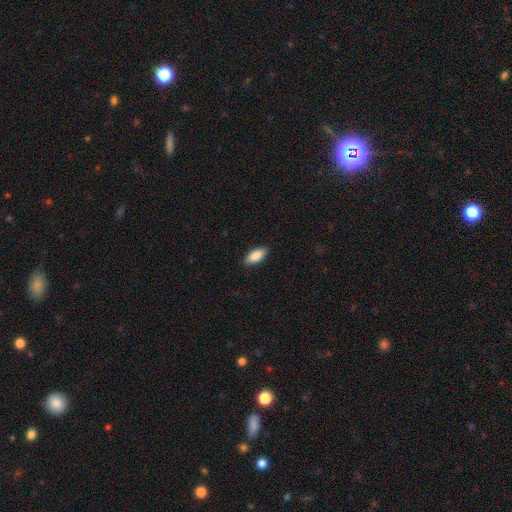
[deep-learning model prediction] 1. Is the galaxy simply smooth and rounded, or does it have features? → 88% smooth, 6% featured or disk, 6% star or artifact.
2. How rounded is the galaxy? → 85% in between, 13% cigar-shaped, 2% round.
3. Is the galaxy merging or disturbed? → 88% none, 9% minor disturbance, 2% major disturbance, 1% merger.